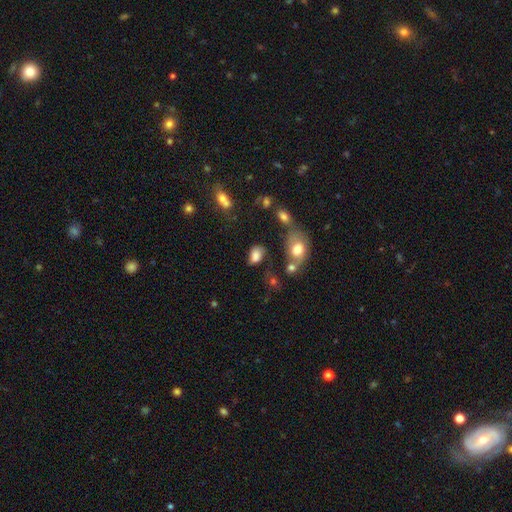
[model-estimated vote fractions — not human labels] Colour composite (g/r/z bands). It shows a smooth galaxy with no disk features (78%) that is in between round and cigar-shaped (81%). Merging: none (53%).